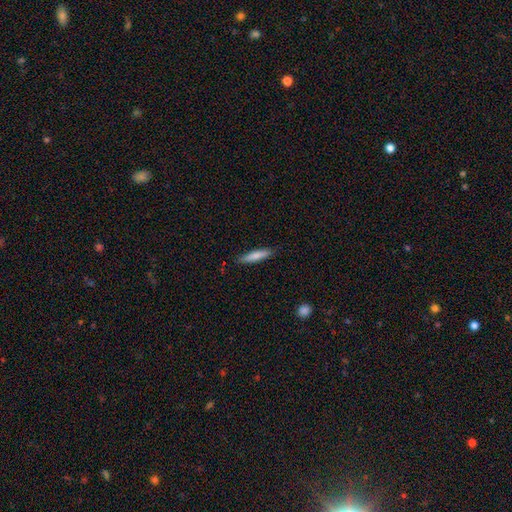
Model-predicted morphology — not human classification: type=smooth (78%); roundness=cigar-shaped (87%); merging=none (87%).